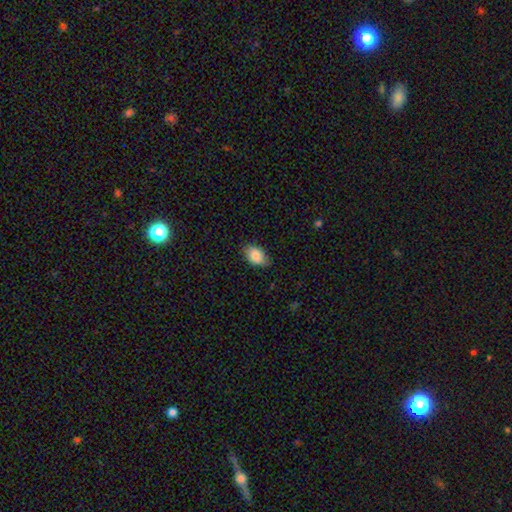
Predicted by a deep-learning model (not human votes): A smooth galaxy with no disk features (87%) that is in between round and cigar-shaped (89%). Merging: none (78%).